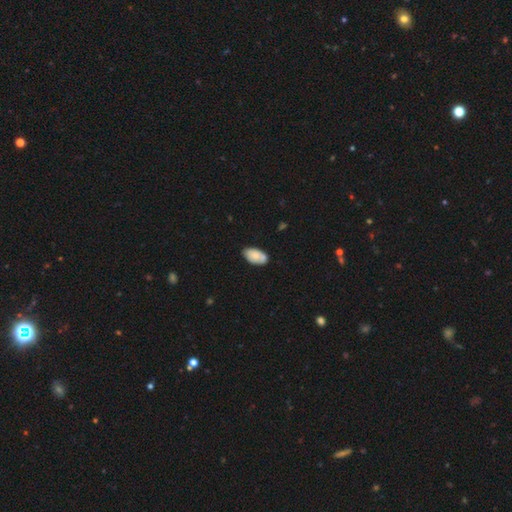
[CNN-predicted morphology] Overall: smooth (78%). How rounded: in between (95%). Merging: none (72%).